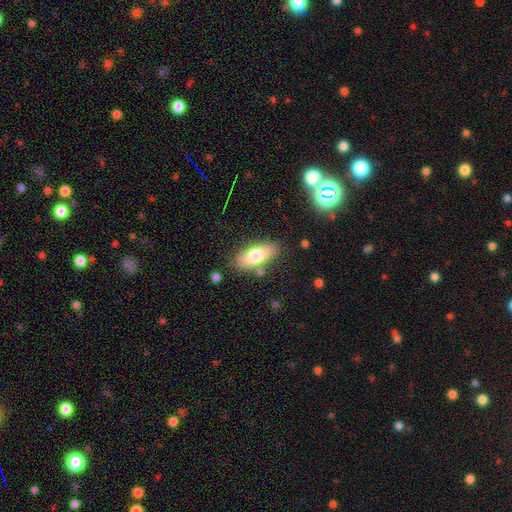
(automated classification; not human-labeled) Smooth or featured: smooth — 69% (featured or disk — 24%)
How rounded: in between — 79% (cigar-shaped — 18%)
Merging: none — 82% (minor disturbance — 12%)